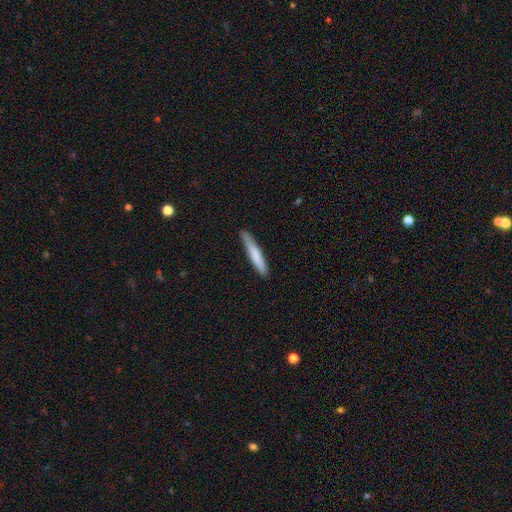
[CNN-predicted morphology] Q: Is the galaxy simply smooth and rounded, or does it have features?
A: smooth — 75%.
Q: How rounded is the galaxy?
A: cigar-shaped — 94%.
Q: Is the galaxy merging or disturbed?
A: none — 80%.